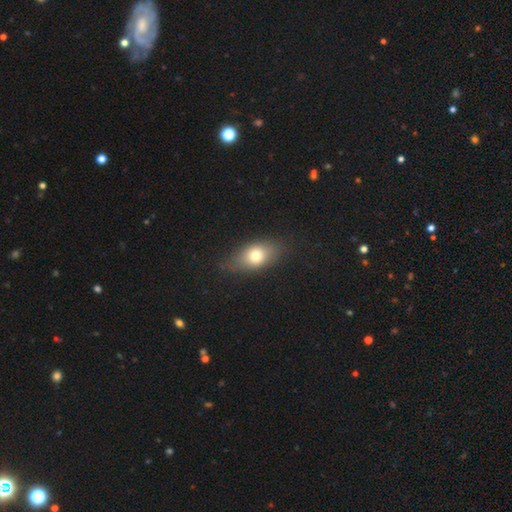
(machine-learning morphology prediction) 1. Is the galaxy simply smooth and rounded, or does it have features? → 72% smooth, 18% featured or disk, 10% star or artifact.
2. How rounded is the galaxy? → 77% in between, 17% round, 6% cigar-shaped.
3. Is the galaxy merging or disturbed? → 75% none, 19% minor disturbance, 5% major disturbance, 1% merger.